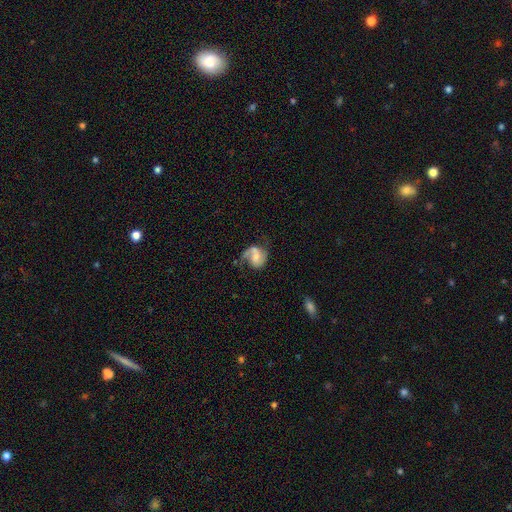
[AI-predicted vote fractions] A featured or disk galaxy (75%) with no bar (43%, tied with weak), 2 (62%) medium (45%) spiral arms (93%) and a small central bulge (37%). Merging: none (50%).